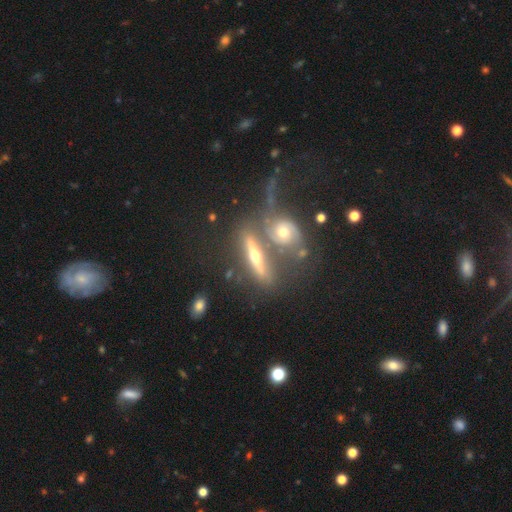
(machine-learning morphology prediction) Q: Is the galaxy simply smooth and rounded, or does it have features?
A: featured or disk — 72%.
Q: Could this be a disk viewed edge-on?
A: yes — 77%.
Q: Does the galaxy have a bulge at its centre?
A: rounded — 93%.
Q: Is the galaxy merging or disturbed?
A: none — 51%.